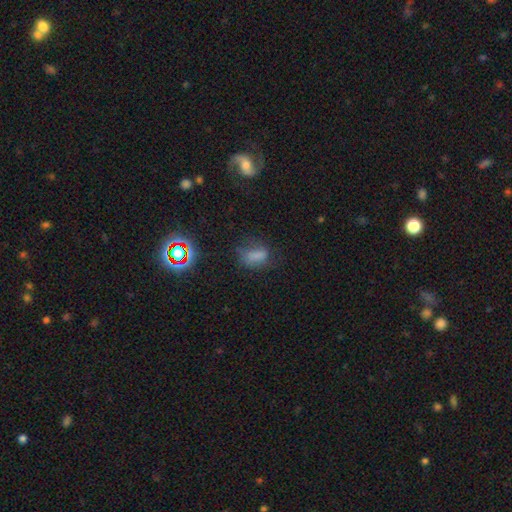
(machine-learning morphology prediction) smooth_or_featured: smooth (p=0.65) [alt: star or artifact p=0.21]
how_rounded: in between (p=0.78) [alt: round p=0.14]
merging: none (p=0.47) [alt: minor disturbance p=0.27]